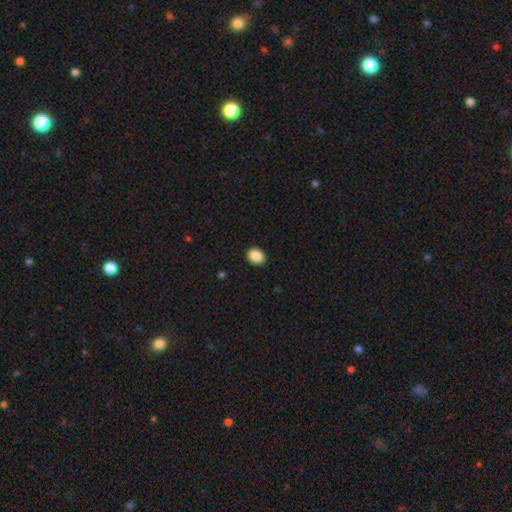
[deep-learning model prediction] Smooth or featured? Predicted: smooth (p=0.88). How rounded? Predicted: round (p=0.55). Merging? Predicted: none (p=0.91).